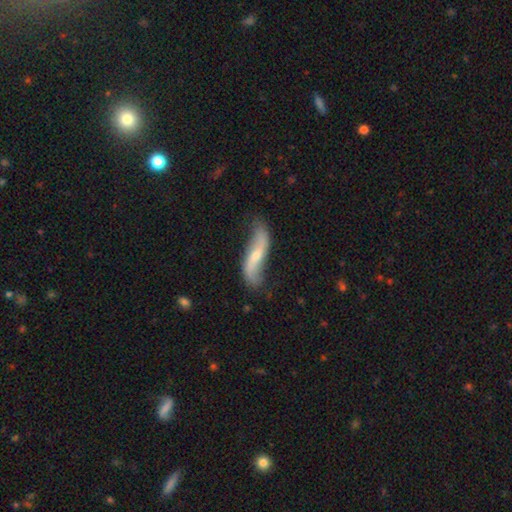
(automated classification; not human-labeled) The model was most divided on "bar": no: 36%, weak: 35%, strong: 29%. More confident: spiral arm count — 2 (92%); spiral winding — loose (91%); spiral arms — yes (90%); edge-on disk — no (84%); smooth or featured — featured or disk (74%); merging — none (65%); bulge size — small (56%).